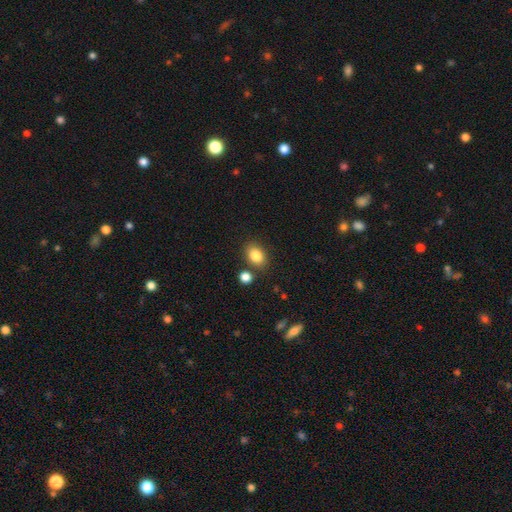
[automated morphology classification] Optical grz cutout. It shows a smooth galaxy with no disk features (85%) that is in between round and cigar-shaped (73%). Merging: none (78%).